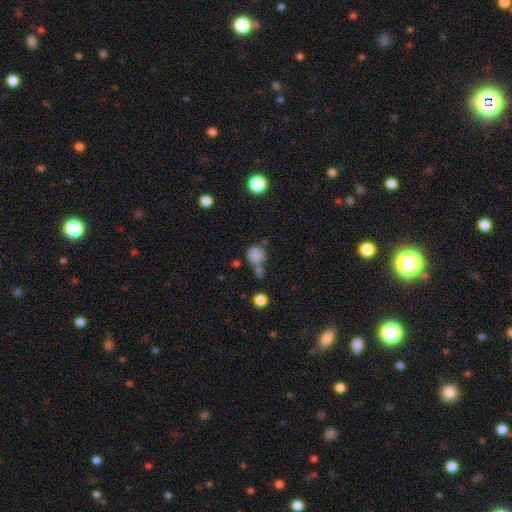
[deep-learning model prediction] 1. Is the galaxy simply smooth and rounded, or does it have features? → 81% smooth, 11% star or artifact, 7% featured or disk.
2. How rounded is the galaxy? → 82% round, 16% in between, 1% cigar-shaped.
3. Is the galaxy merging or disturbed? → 42% none, 37% merger, 14% minor disturbance, 8% major disturbance.